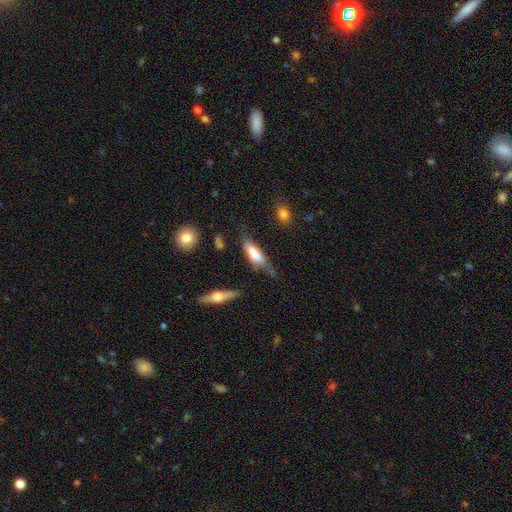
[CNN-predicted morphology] Smooth or featured: smooth — 58% (featured or disk — 35%)
How rounded: in between — 51% (cigar-shaped — 46%)
Merging: none — 38% (minor disturbance — 33%)